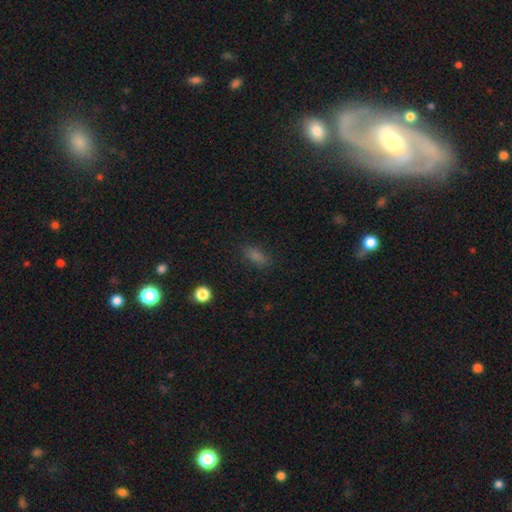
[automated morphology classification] Smooth or featured?
  - smooth: 73% *
  - star or artifact: 21%
  - featured or disk: 7%
How rounded?
  - in between: 76% *
  - cigar-shaped: 14%
  - round: 9%
Merging?
  - none: 84% *
  - minor disturbance: 11%
  - major disturbance: 4%
  - merger: 2%